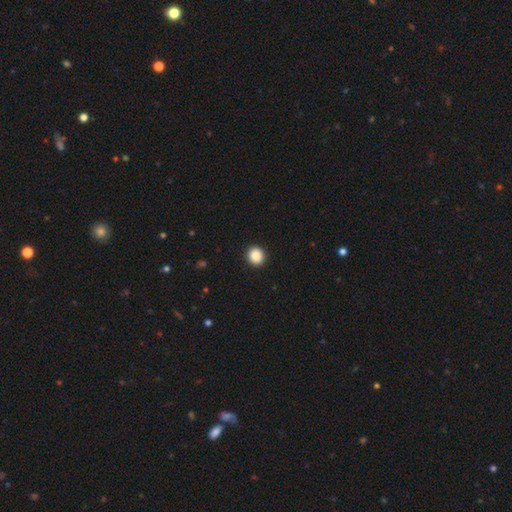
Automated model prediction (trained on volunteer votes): This is clearly a smooth galaxy (88%). How rounded: clearly round (84%). Merging: clearly none (92%).